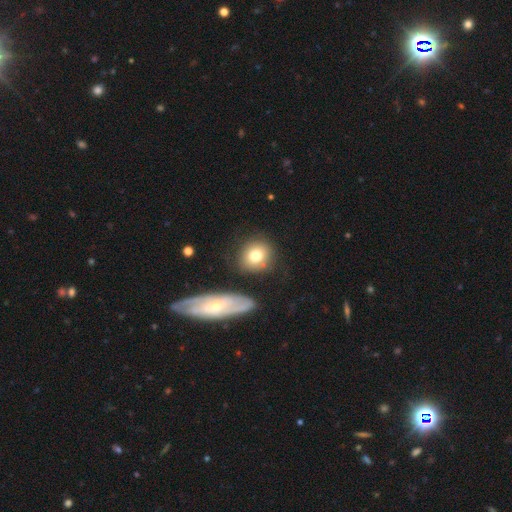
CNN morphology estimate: Smooth or featured: smooth — 75% (featured or disk — 16%)
How rounded: round — 82% (in between — 16%)
Merging: none — 74% (minor disturbance — 13%)